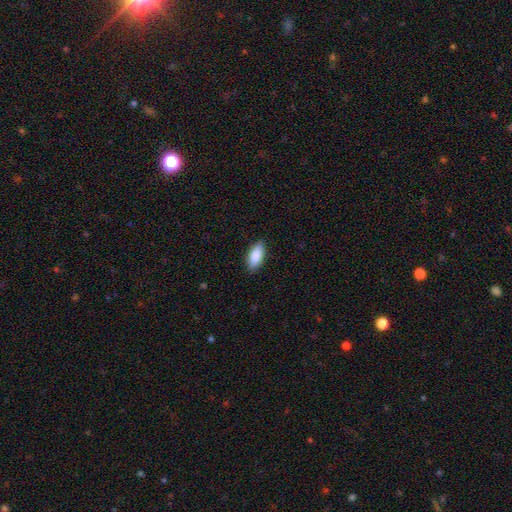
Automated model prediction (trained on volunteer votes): Morphology: type=smooth (88%); roundness=in between (87%); merging=none (87%).